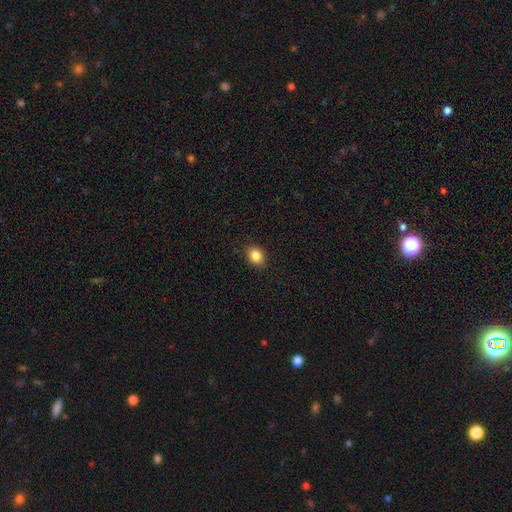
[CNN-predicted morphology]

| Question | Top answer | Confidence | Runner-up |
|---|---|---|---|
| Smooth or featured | smooth | 85% | star or artifact (10%) |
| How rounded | round | 54% | in between (45%) |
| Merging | none | 89% | minor disturbance (8%) |